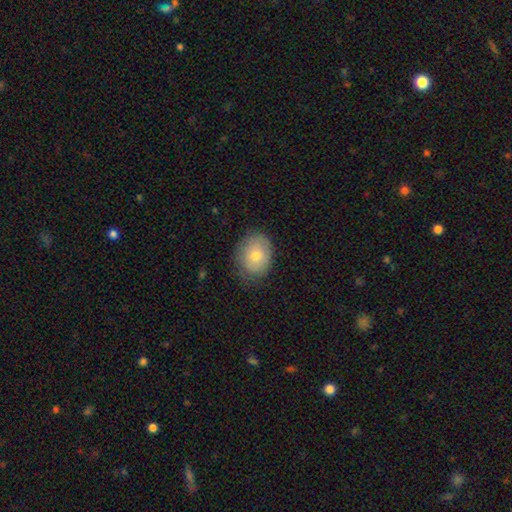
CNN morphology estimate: smooth_or_featured: smooth (p=0.75) [alt: featured or disk p=0.17]
how_rounded: in between (p=0.54) [alt: round p=0.46]
merging: none (p=0.78) [alt: minor disturbance p=0.18]